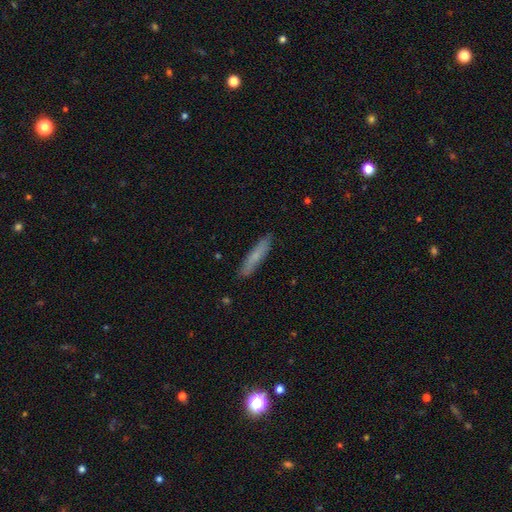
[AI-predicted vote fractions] Morphology: type=smooth (68%); roundness=cigar-shaped (91%); merging=none (89%).